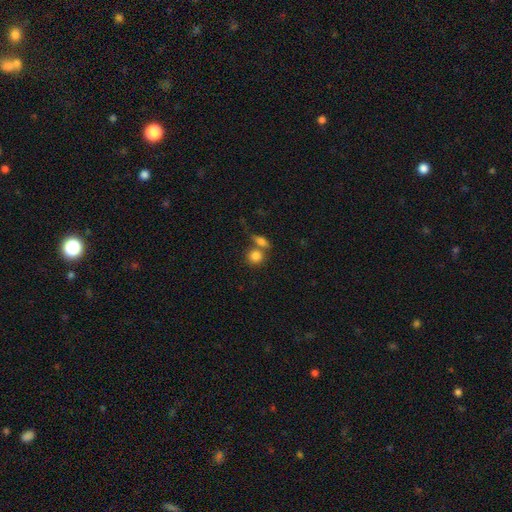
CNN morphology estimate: smooth 83%, featured or disk 9%, star or artifact 8%. Down the decision tree: how rounded — round (76%); merging — none (49%).